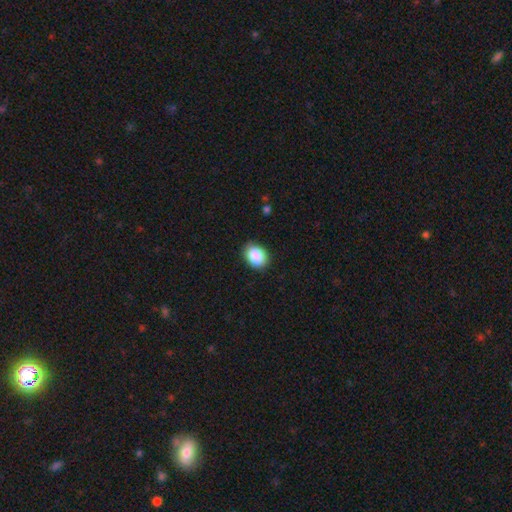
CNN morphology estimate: Smooth or featured?
  - smooth: 88% *
  - star or artifact: 8%
  - featured or disk: 4%
How rounded?
  - in between: 62% *
  - round: 37%
  - cigar-shaped: 1%
Merging?
  - none: 84% *
  - minor disturbance: 12%
  - major disturbance: 2%
  - merger: 1%